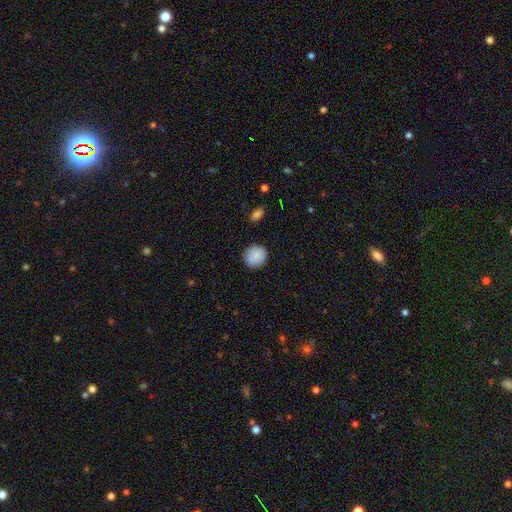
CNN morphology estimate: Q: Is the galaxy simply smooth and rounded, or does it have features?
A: smooth — 88%.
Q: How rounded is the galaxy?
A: round — 87%.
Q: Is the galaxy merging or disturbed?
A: none — 89%.